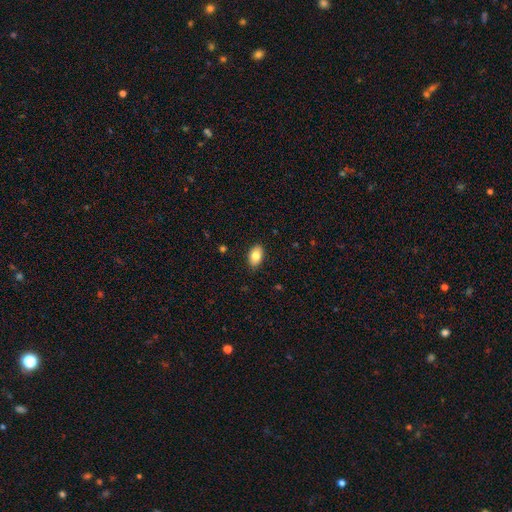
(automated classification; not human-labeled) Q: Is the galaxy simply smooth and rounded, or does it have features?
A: smooth — 82%.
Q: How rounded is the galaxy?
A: in between — 91%.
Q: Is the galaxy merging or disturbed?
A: none — 88%.